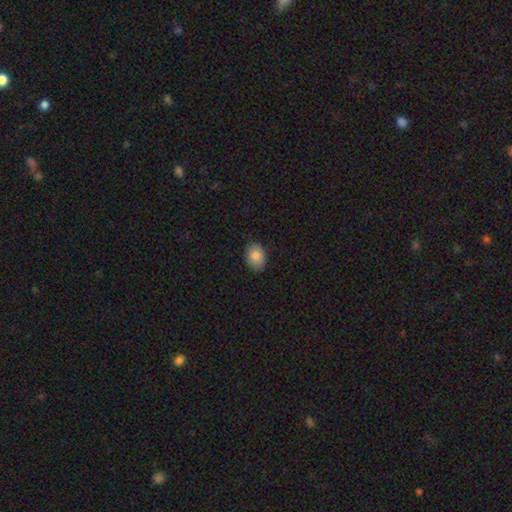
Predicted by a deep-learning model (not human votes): Q: Smooth or featured?
A: smooth (86%); runner-up: star or artifact (8%)
Q: How rounded?
A: in between (70%); runner-up: round (29%)
Q: Merging?
A: none (86%); runner-up: minor disturbance (11%)